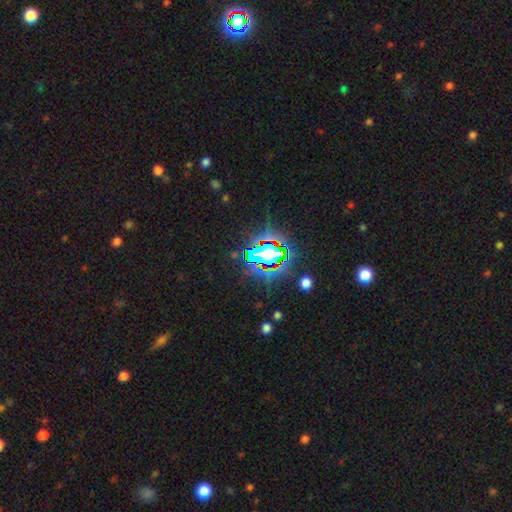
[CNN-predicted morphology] This is likely a star or artifact rather than a galaxy (75%).